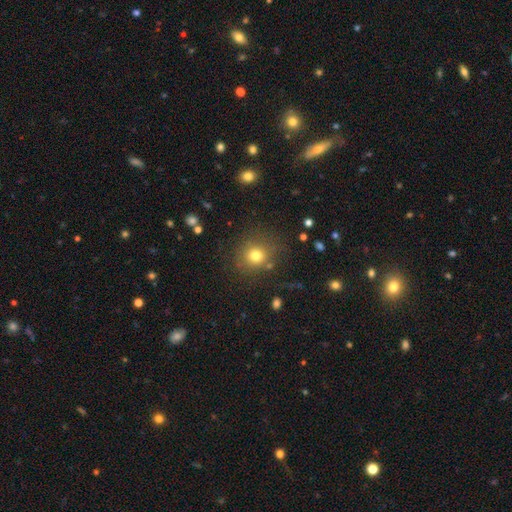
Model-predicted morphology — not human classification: This appears to be a smooth galaxy with no disk features (75%) that is round (85%). Merging: none (79%).